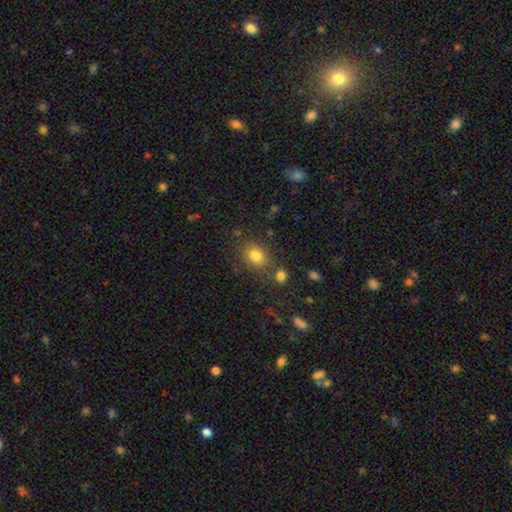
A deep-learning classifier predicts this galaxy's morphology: Smooth or featured: smooth — 79% (star or artifact — 13%)
How rounded: round — 53% (in between — 46%)
Merging: none — 76% (minor disturbance — 12%)